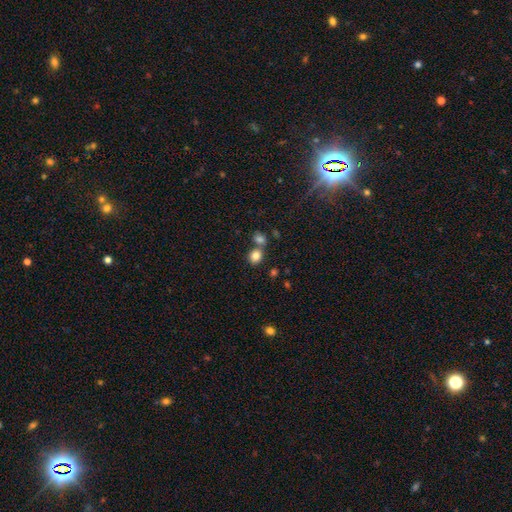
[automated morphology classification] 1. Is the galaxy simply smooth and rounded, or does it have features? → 83% smooth, 10% star or artifact, 6% featured or disk.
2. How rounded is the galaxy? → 65% round, 34% in between, 1% cigar-shaped.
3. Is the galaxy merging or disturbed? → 58% none, 30% merger, 9% minor disturbance, 3% major disturbance.